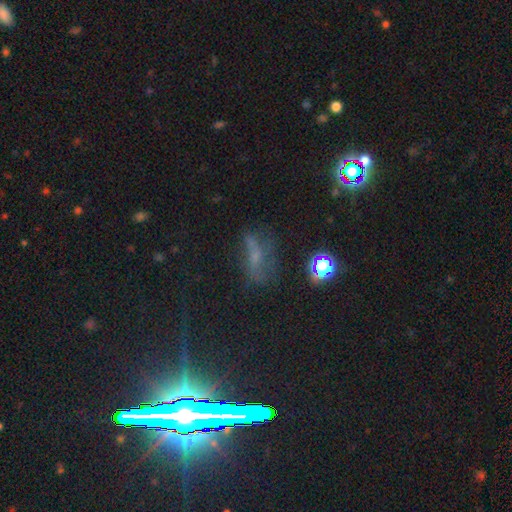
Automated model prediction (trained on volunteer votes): A star or artifact, not a galaxy (40%).